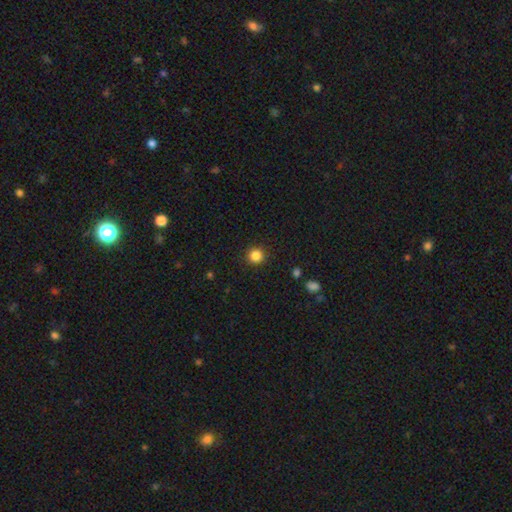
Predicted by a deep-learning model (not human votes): Overall: smooth (85%). How rounded: round (94%). Merging: none (92%).